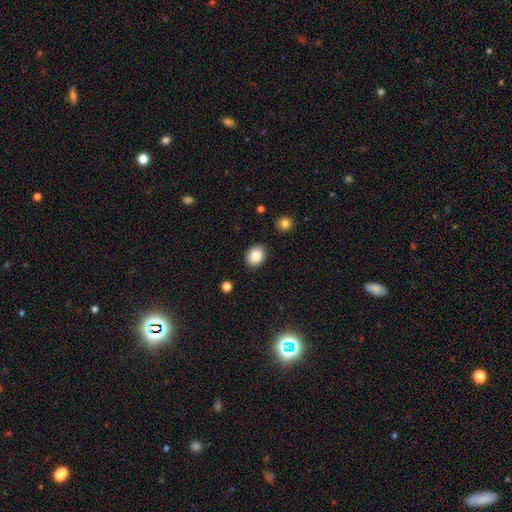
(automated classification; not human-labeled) A smooth galaxy with no disk features (86%) that is round (51%). Merging: none (88%).